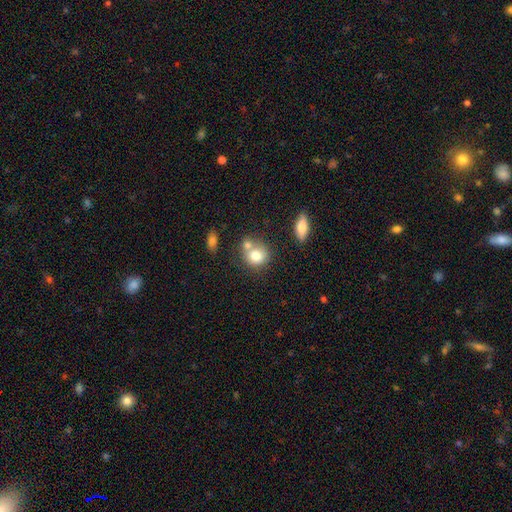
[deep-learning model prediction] A smooth galaxy with no disk features (77%) that is round (73%). Merging: none (43%).